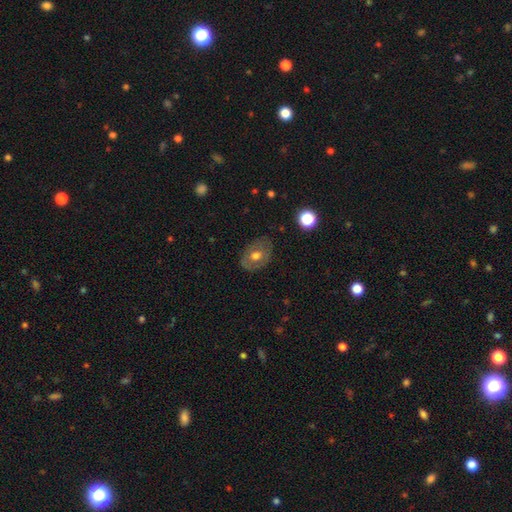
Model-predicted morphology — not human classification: A smooth galaxy with no disk features (52%) that is in between round and cigar-shaped (66%). Merging: none (77%).